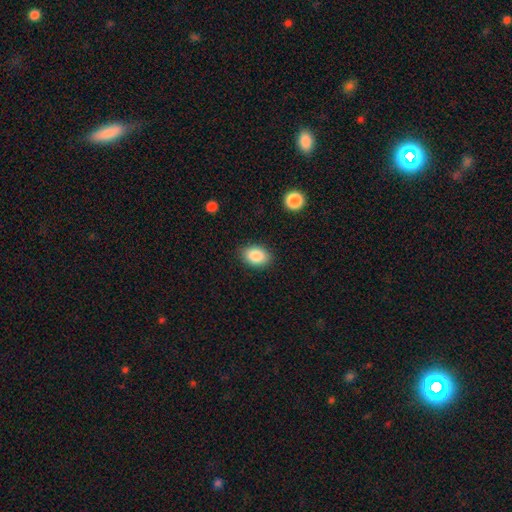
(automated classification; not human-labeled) Smooth or featured? smooth (87%)
How rounded? in between (81%)
Merging? none (87%)